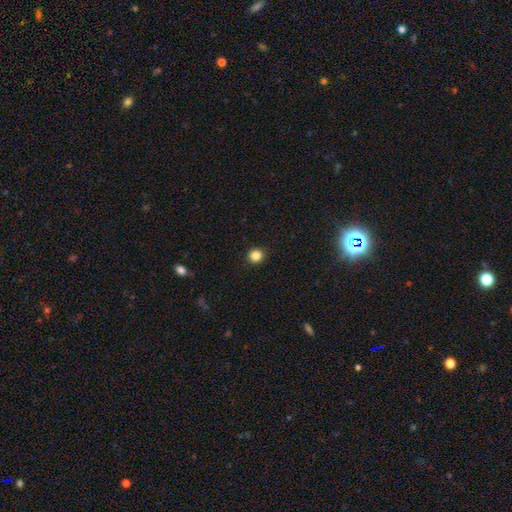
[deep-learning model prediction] This appears to be a smooth galaxy with no disk features (85%) that is round (92%). Merging: none (93%).